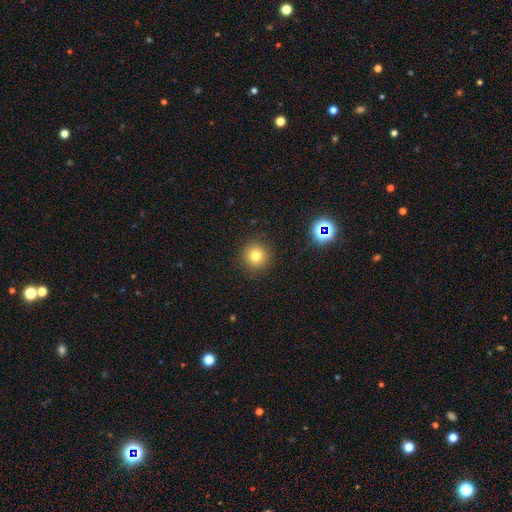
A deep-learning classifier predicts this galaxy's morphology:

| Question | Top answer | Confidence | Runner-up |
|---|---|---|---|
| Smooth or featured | smooth | 76% | star or artifact (15%) |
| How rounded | round | 95% | in between (4%) |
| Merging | none | 91% | minor disturbance (6%) |